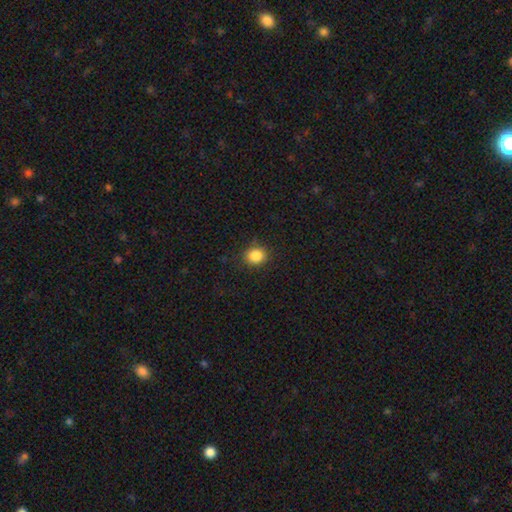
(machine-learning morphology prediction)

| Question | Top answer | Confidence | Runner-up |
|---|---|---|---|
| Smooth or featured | smooth | 86% | star or artifact (10%) |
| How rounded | round | 79% | in between (20%) |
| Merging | none | 87% | minor disturbance (10%) |